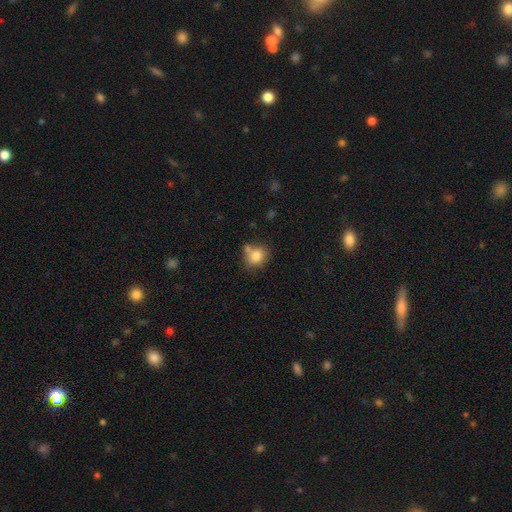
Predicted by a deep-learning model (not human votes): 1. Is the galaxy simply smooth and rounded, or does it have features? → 81% smooth, 10% star or artifact, 9% featured or disk.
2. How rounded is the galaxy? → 60% round, 39% in between, 1% cigar-shaped.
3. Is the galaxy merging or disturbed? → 59% none, 21% merger, 15% minor disturbance, 5% major disturbance.